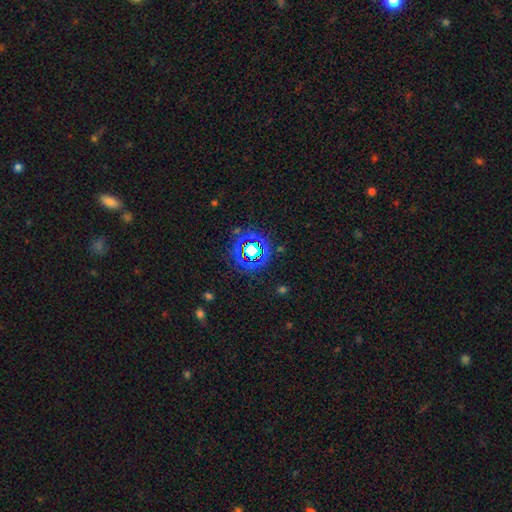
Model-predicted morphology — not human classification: star or artifact 74%, smooth 17%, featured or disk 9%.